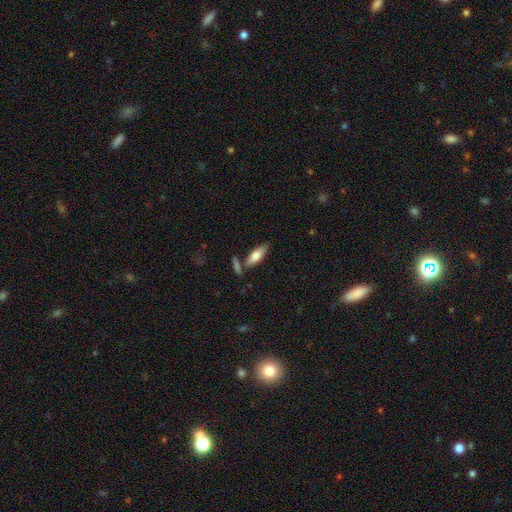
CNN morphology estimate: A smooth galaxy with no disk features (64%) that is in between round and cigar-shaped (58%).

Vote fractions:
- Smooth or featured? smooth: 64% / featured or disk: 30% / star or artifact: 6%
- How rounded? in between: 58% / cigar-shaped: 40% / round: 2%
- Merging? none: 73% / minor disturbance: 13% / merger: 11% / major disturbance: 3%